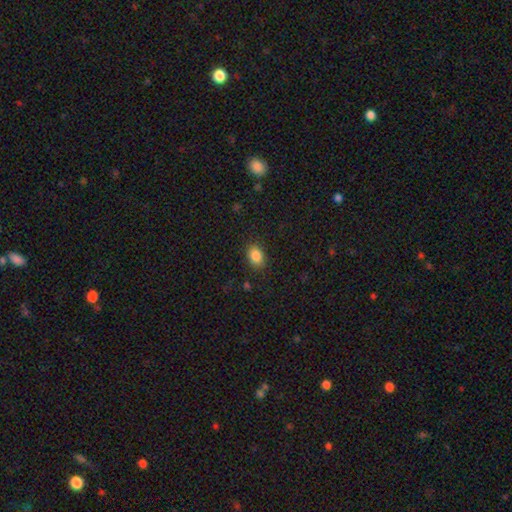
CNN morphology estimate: A smooth galaxy with no disk features (87%) that is in between round and cigar-shaped (74%). Merging: none (87%).